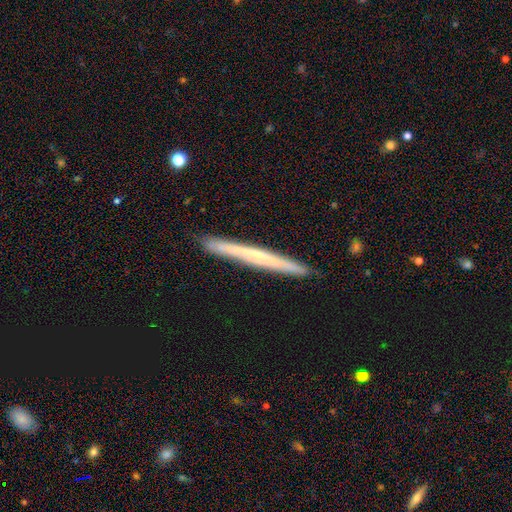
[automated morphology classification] A featured or disk galaxy (52%) viewed edge-on (96%) with no central bulge (76%). Merging: none (91%).